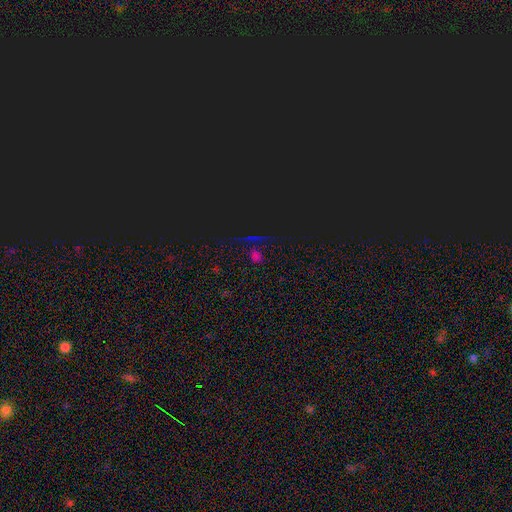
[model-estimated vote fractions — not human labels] star or artifact 65%, smooth 28%, featured or disk 7%.